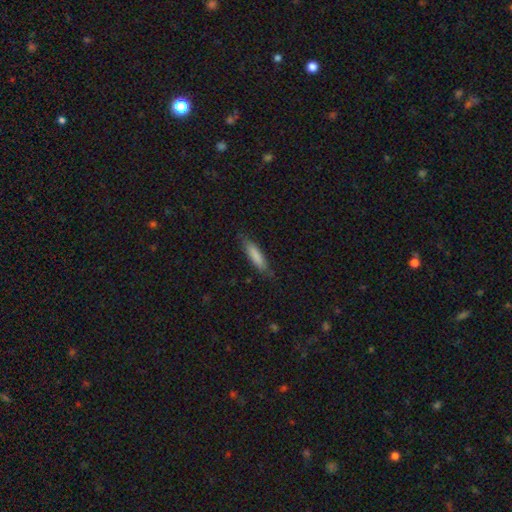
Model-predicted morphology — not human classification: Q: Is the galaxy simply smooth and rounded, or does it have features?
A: smooth — 81%.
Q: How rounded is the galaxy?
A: cigar-shaped — 78%.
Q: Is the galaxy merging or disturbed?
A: none — 81%.